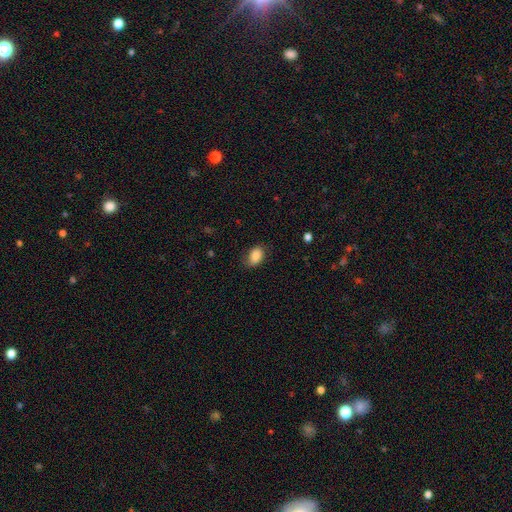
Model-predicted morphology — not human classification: Smooth or featured? smooth (86%)
How rounded? in between (84%)
Merging? none (73%)